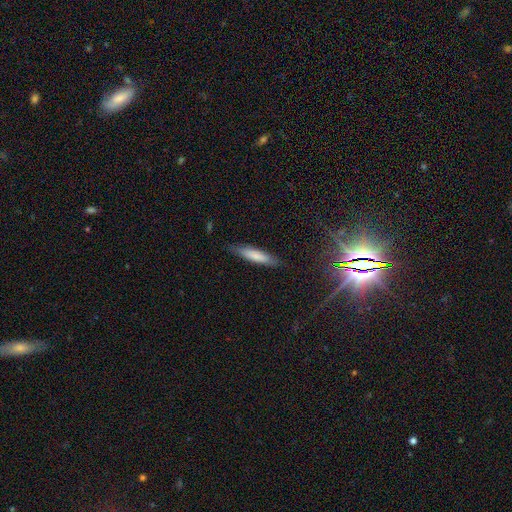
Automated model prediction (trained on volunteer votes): This appears to be a smooth galaxy with no disk features (76%) that is cigar-shaped (83%). Merging: none (85%).